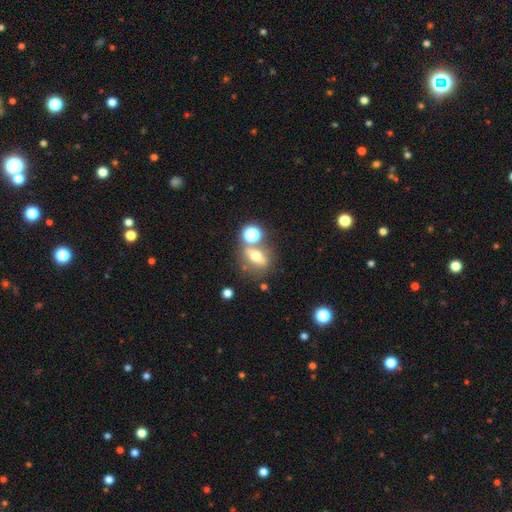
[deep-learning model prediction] A smooth galaxy with no disk features (51%) that is in between round and cigar-shaped (56%). Merging: none (56%).